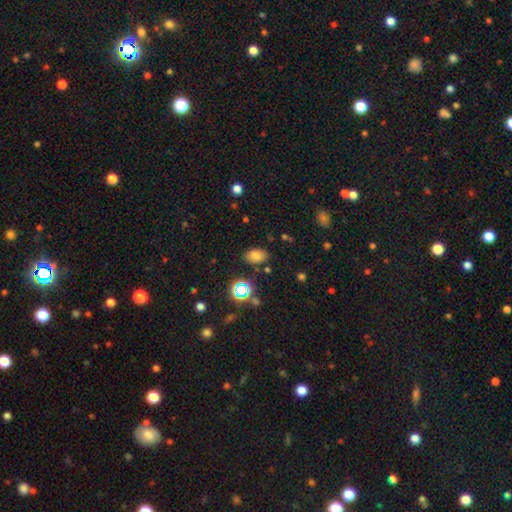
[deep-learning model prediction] Smooth or featured?
  - smooth: 72% *
  - star or artifact: 18%
  - featured or disk: 10%
How rounded?
  - in between: 85% *
  - round: 14%
  - cigar-shaped: 1%
Merging?
  - none: 82% *
  - minor disturbance: 11%
  - major disturbance: 4%
  - merger: 3%